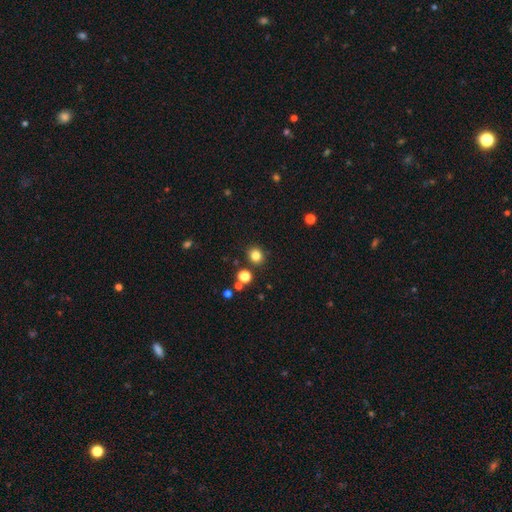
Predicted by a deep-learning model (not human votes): smooth_or_featured: smooth (p=0.81) [alt: star or artifact p=0.14]
how_rounded: round (p=0.83) [alt: in between p=0.16]
merging: none (p=0.87) [alt: minor disturbance p=0.07]